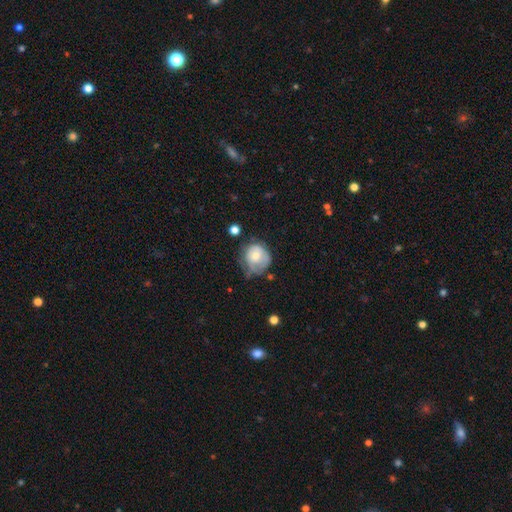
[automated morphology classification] The model was most divided on "merging": none: 41%, minor disturbance: 35%, major disturbance: 19%, merger: 4%. More confident: how rounded — round (80%); smooth or featured — smooth (58%).